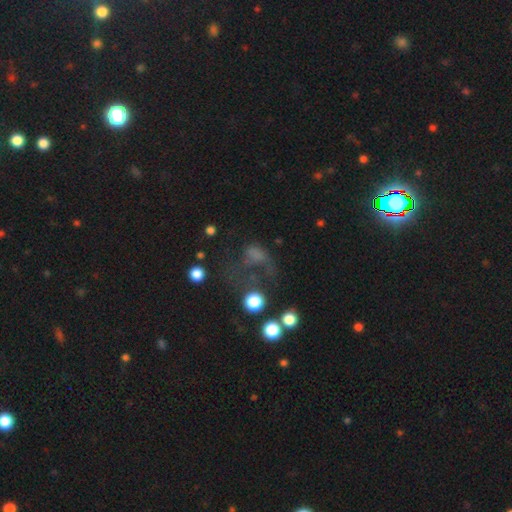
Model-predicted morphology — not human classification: Smooth or featured?
  - smooth: 55% *
  - featured or disk: 24%
  - star or artifact: 22%
How rounded?
  - in between: 56% *
  - round: 41%
  - cigar-shaped: 3%
Merging?
  - major disturbance: 53% *
  - none: 25%
  - minor disturbance: 15%
  - merger: 7%